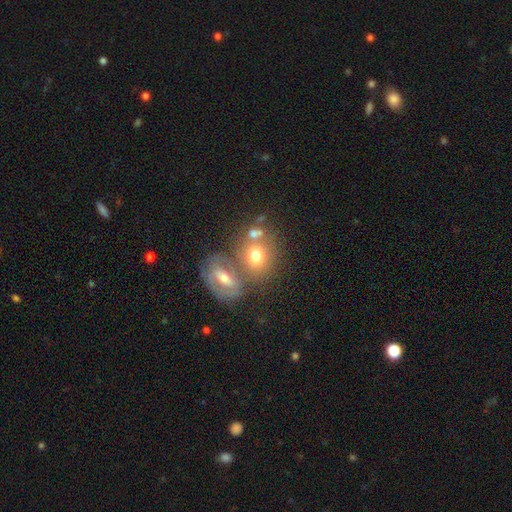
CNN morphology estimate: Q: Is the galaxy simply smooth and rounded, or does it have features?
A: smooth — 61%.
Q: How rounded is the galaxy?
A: round — 61%.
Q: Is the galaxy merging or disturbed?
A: merger — 45%.